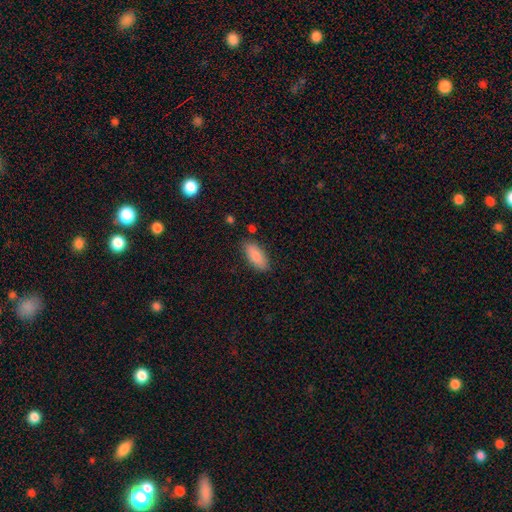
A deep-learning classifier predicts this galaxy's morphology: type=smooth (86%); roundness=in between (83%); merging=none (83%).